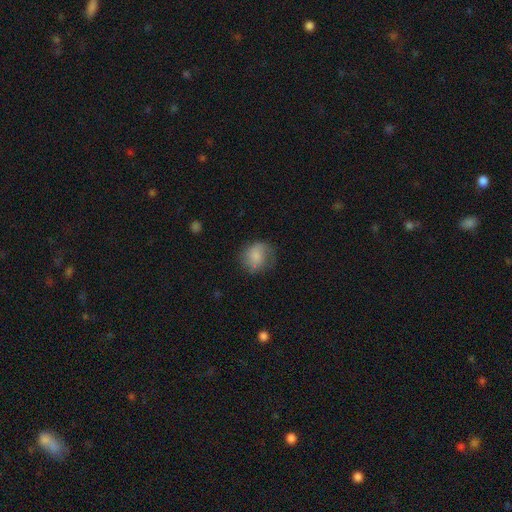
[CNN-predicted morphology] Smooth or featured?
  - smooth: 72% *
  - featured or disk: 19%
  - star or artifact: 9%
How rounded?
  - round: 74% *
  - in between: 25%
  - cigar-shaped: 1%
Merging?
  - none: 58% *
  - minor disturbance: 26%
  - major disturbance: 14%
  - merger: 2%